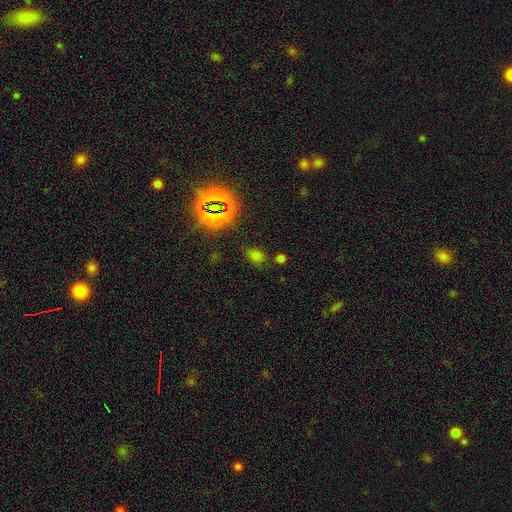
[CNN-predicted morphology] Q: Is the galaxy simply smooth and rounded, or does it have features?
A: smooth — 54%.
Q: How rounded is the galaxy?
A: in between — 61%.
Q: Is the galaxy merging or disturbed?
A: none — 77%.